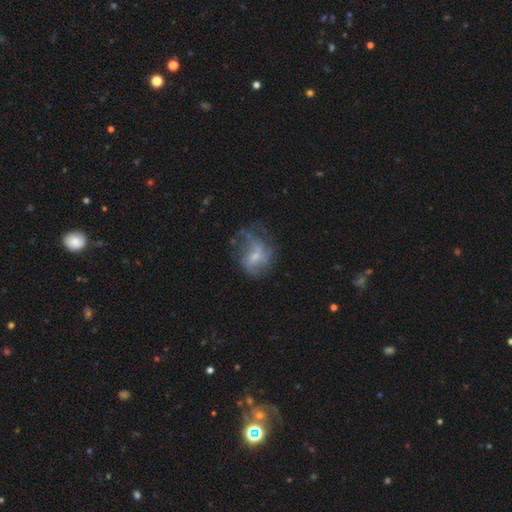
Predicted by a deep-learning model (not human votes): Overall: featured or disk (59%; smooth 31%). Edge-on disk: no (97%). Bar: weak (46%; no 45%). Spiral arms: yes (66%; no 34%). Bulge size: small (59%; moderate 28%). Merging: none (41%; major disturbance 30%).